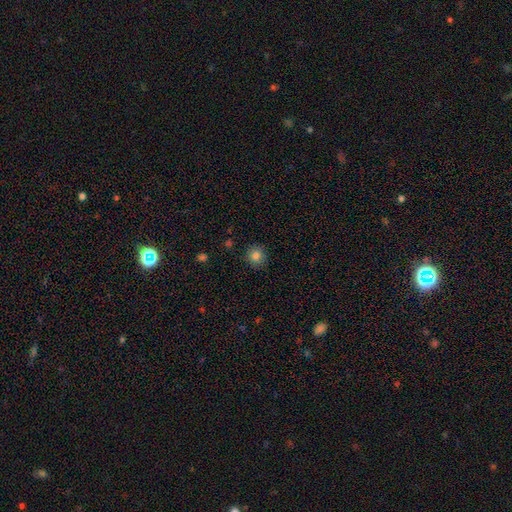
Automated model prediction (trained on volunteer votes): A smooth galaxy with no disk features (82%) that is round (91%). Merging: none (88%).